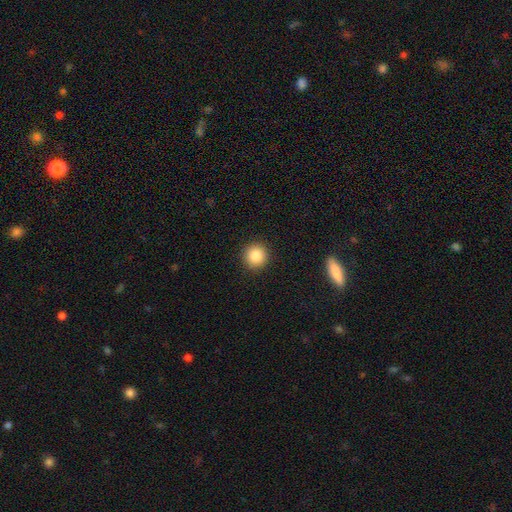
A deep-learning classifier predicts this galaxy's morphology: A smooth galaxy with no disk features (85%) that is round (93%). Merging: none (92%).